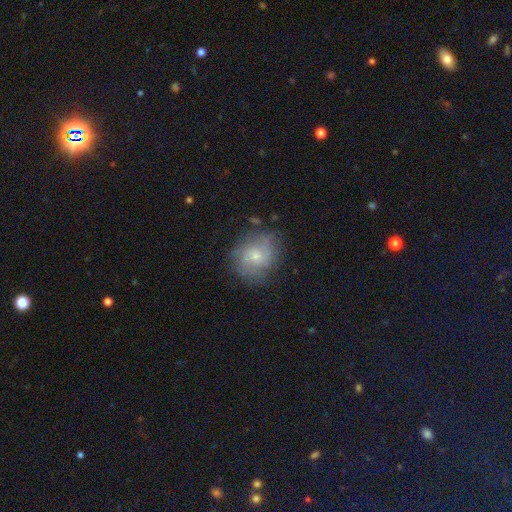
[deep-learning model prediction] This is possibly a featured or disk galaxy (55%). It is clearly not viewed edge-on (97%). Bar: likely no (73%). Spiral arm pattern: likely yes (77%). Central bulge: likely small (61%). Merging: likely none (67%).